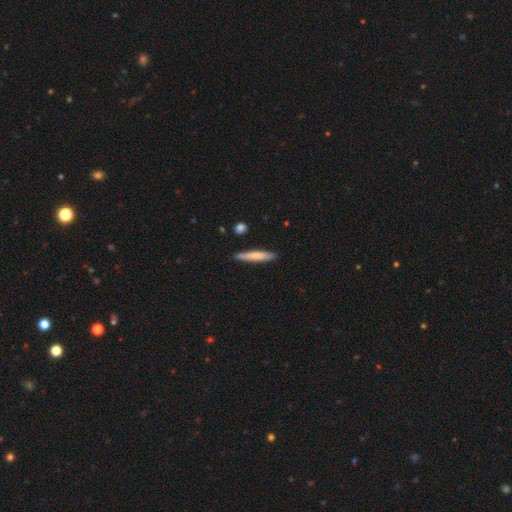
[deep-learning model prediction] The model was most divided on "smooth or featured": smooth: 72%, featured or disk: 22%, star or artifact: 5%. More confident: how rounded — cigar-shaped (91%); merging — none (84%).